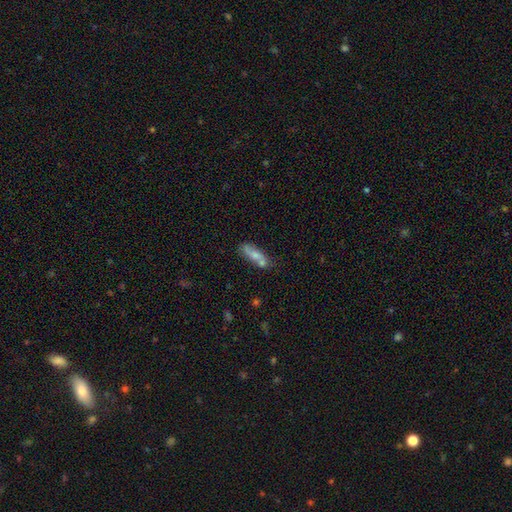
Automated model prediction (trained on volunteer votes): Smooth or featured?
  - smooth: 63% *
  - featured or disk: 30%
  - star or artifact: 8%
How rounded?
  - in between: 55% *
  - cigar-shaped: 42%
  - round: 3%
Merging?
  - none: 52% *
  - merger: 24%
  - minor disturbance: 18%
  - major disturbance: 6%